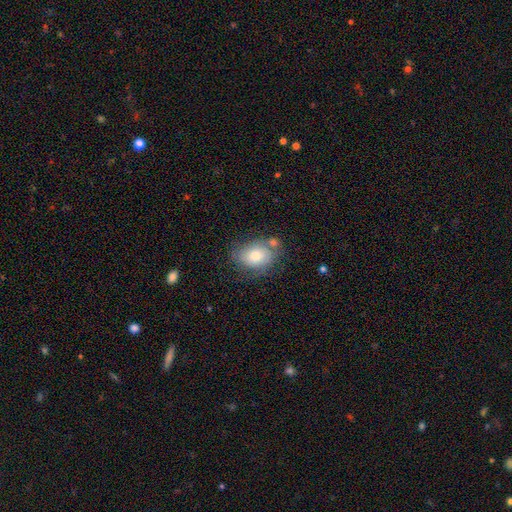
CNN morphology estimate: This is likely a smooth galaxy (67%). How rounded: likely in between (73%). Merging: possibly none (56%).